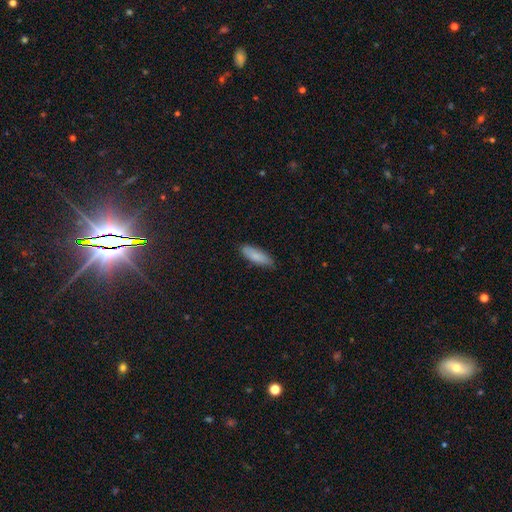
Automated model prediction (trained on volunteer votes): A smooth galaxy with no disk features (85%) that is cigar-shaped (49%, tied with in between). Merging: none (83%).